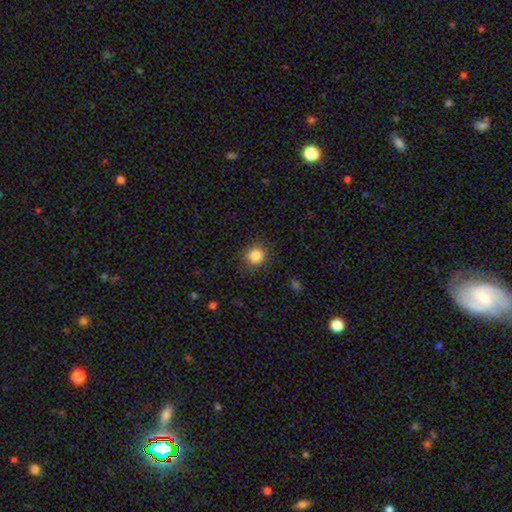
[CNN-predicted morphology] type=smooth (85%); roundness=round (89%); merging=none (88%).